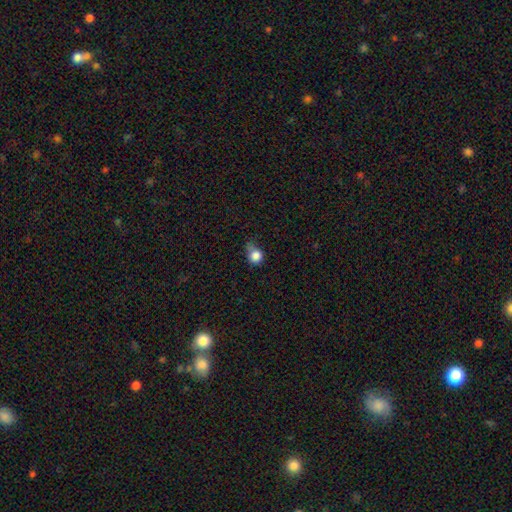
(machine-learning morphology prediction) This appears to be a smooth galaxy with no disk features (83%) that is round (79%). Merging: none (40%).